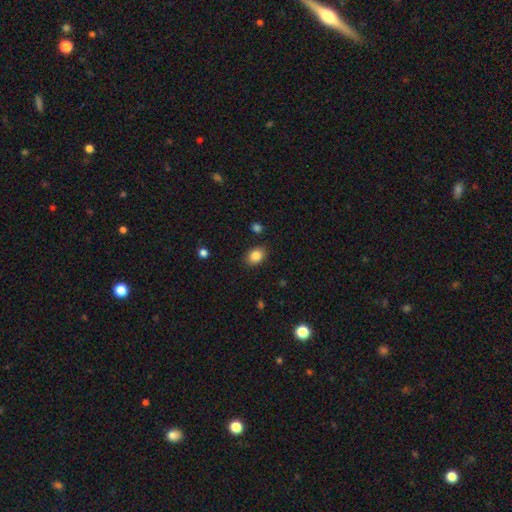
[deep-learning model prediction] Smooth or featured: smooth — 86% (star or artifact — 9%)
How rounded: in between — 68% (round — 31%)
Merging: none — 85% (minor disturbance — 10%)